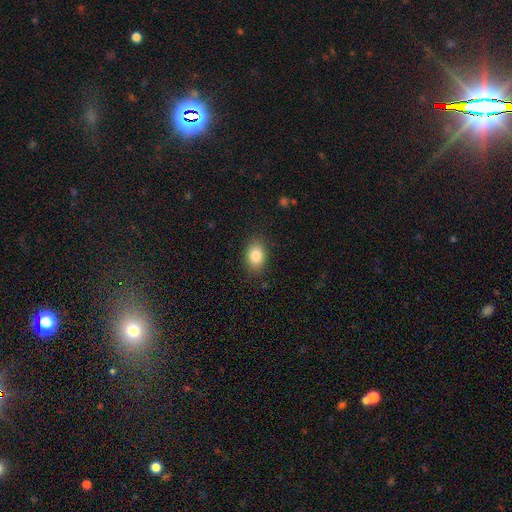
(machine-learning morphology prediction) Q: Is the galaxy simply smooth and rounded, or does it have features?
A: smooth — 83%.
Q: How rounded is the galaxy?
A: in between — 77%.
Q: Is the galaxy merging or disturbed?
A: none — 86%.